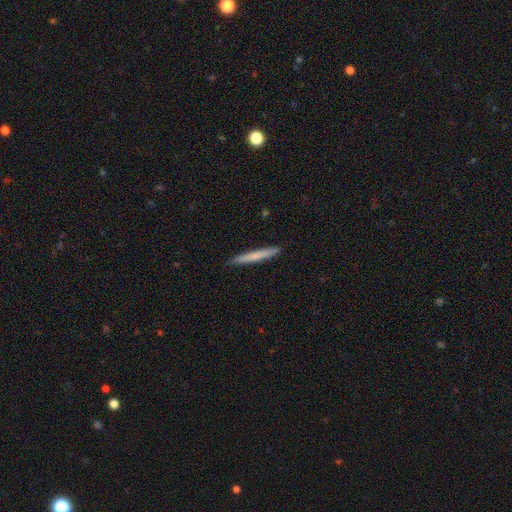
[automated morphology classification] This appears to be a smooth galaxy with no disk features (69%) that is cigar-shaped (97%). Merging: none (89%).